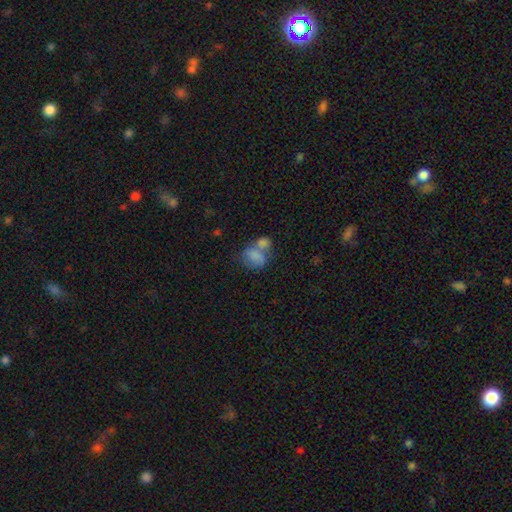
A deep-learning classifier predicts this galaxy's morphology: Overall: smooth (75%). How rounded: in between (63%; round 35%). Merging: merger (57%; none 22%).